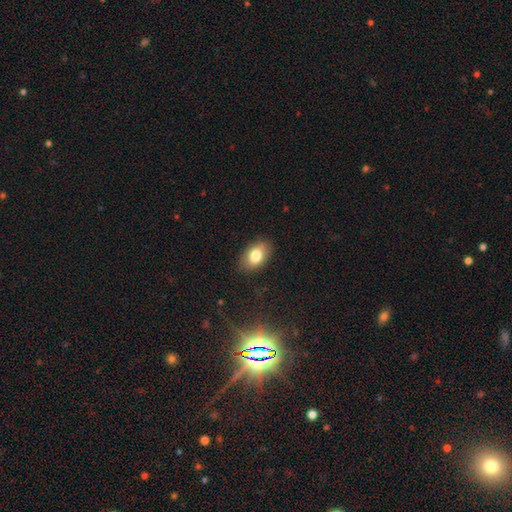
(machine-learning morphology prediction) Smooth or featured?
  - smooth: 79% *
  - featured or disk: 13%
  - star or artifact: 8%
How rounded?
  - in between: 89% *
  - round: 10%
  - cigar-shaped: 1%
Merging?
  - none: 86% *
  - minor disturbance: 11%
  - major disturbance: 3%
  - merger: 1%